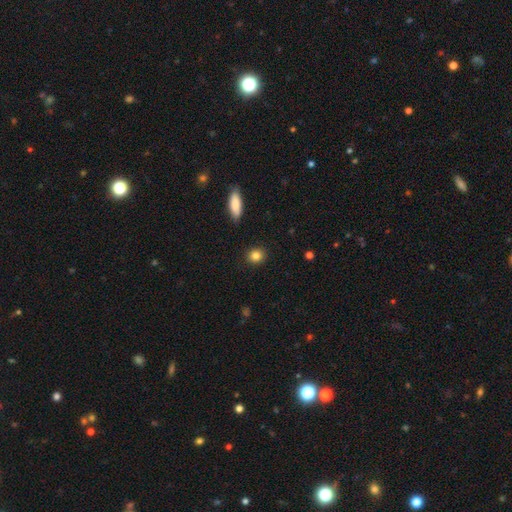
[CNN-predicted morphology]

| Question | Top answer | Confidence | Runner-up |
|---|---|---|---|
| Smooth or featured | smooth | 85% | star or artifact (10%) |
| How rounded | round | 75% | in between (23%) |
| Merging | none | 90% | minor disturbance (7%) |